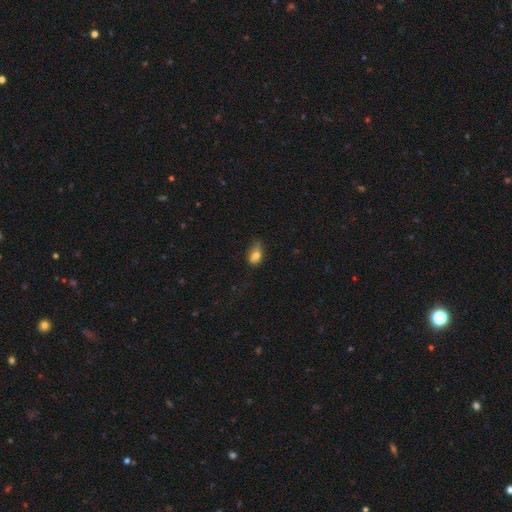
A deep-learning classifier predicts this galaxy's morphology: smooth-or-featured: smooth: 77% | featured or disk: 13% | star or artifact: 10%
  how-rounded: in between: 81% | round: 16% | cigar-shaped: 3%
  merging: minor disturbance: 42% | none: 38% | major disturbance: 17% | merger: 3%